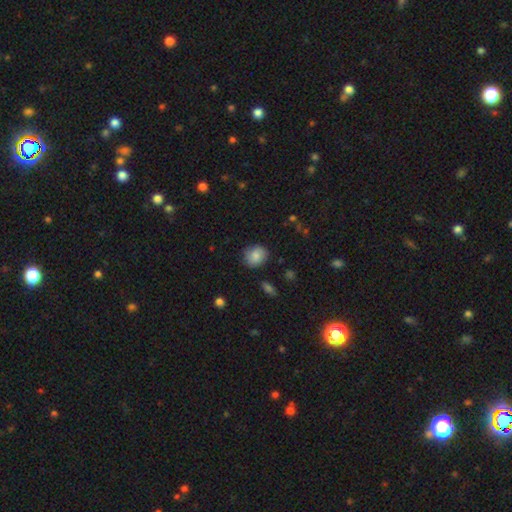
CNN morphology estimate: A smooth galaxy with no disk features (83%) that is round (71%).

Vote fractions:
- Smooth or featured? smooth: 83% / featured or disk: 9% / star or artifact: 8%
- How rounded? round: 71% / in between: 28% / cigar-shaped: 1%
- Merging? none: 81% / minor disturbance: 14% / major disturbance: 3% / merger: 2%